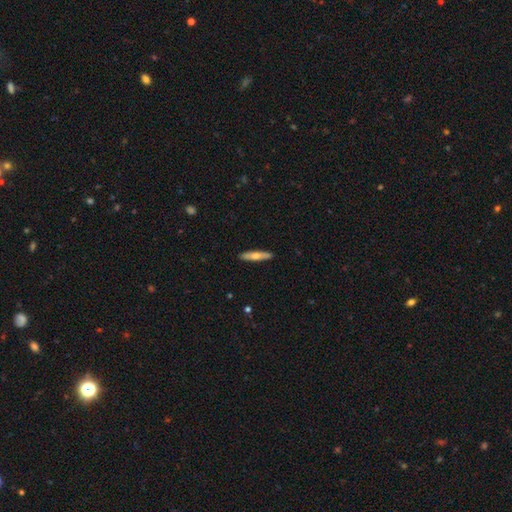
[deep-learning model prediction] Overall: smooth (55%; featured or disk 40%). How rounded: cigar-shaped (84%). Merging: none (90%).